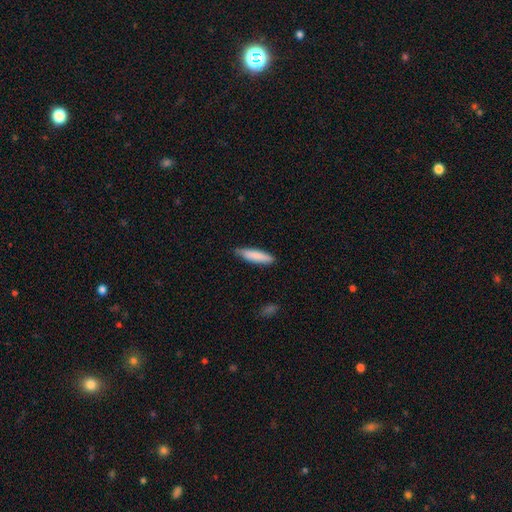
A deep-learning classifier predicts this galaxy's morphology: type=smooth (85%); roundness=cigar-shaped (77%); merging=none (81%).